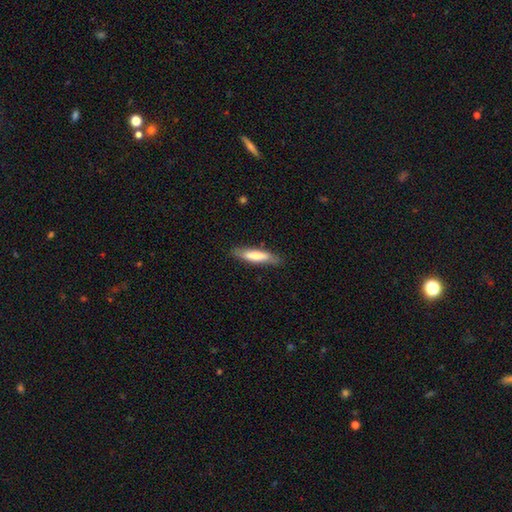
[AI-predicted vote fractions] Smooth or featured?
  - smooth: 73% *
  - featured or disk: 22%
  - star or artifact: 5%
How rounded?
  - cigar-shaped: 76% *
  - in between: 22%
  - round: 1%
Merging?
  - none: 84% *
  - minor disturbance: 13%
  - major disturbance: 3%
  - merger: 1%